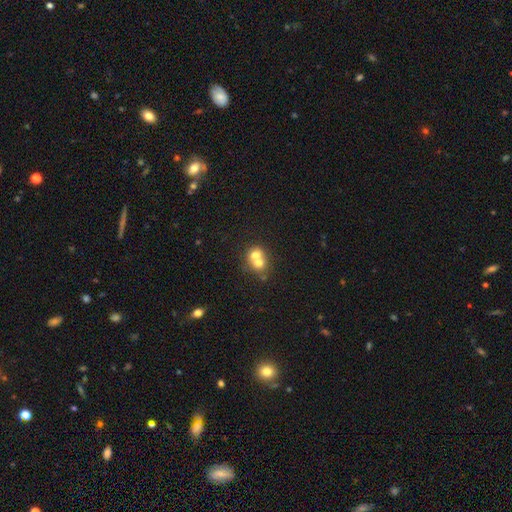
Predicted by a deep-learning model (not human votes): A smooth galaxy with no disk features (66%) that is round (73%). Merging: merger (69%).